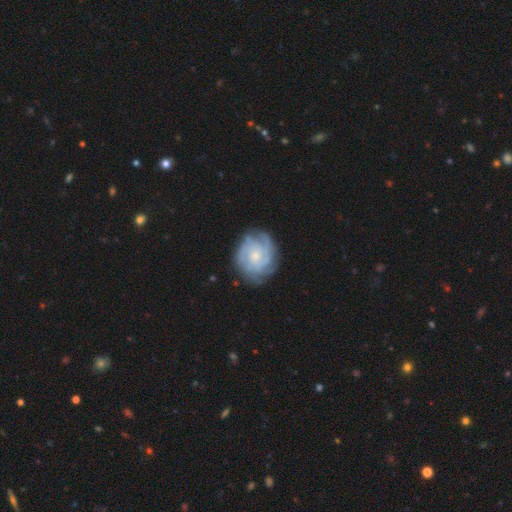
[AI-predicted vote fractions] This is clearly a featured or disk galaxy (82%). It is clearly not viewed edge-on (98%). Bar: likely no (72%). Spiral arm pattern: clearly yes (96%). Spiral arm count: marginally 3 (28%, tied with can't tell). Spiral winding: likely tight (65%). Central bulge: likely small (61%). Merging: likely none (76%).